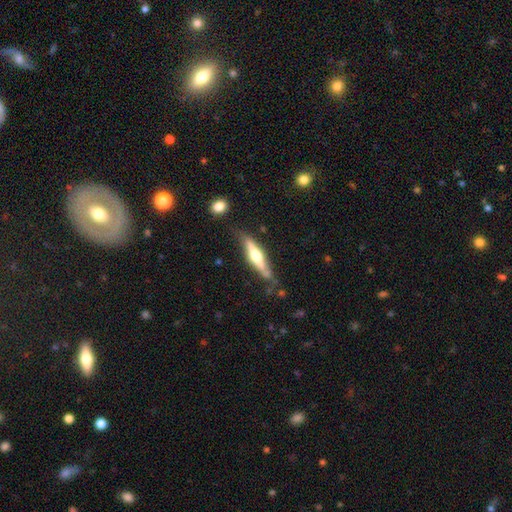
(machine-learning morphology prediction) This appears to be a featured or disk galaxy (62%) viewed edge-on (93%) with a rounded central bulge (82%). Merging: none (69%).